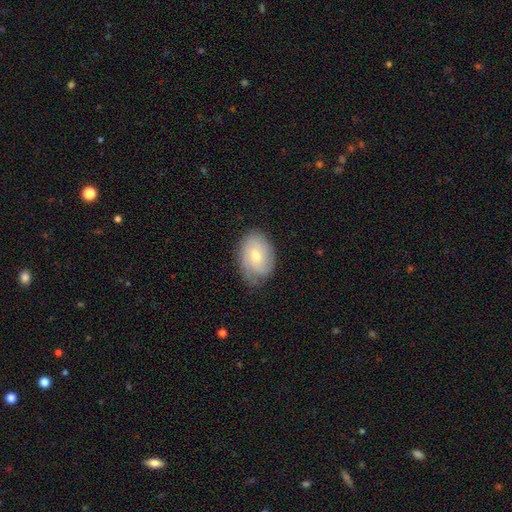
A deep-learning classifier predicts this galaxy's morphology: featured or disk 56%, smooth 36%, star or artifact 7%. Down the decision tree: edge-on disk — no (95%); bar — no (66%); spiral arms — yes (84%); bulge size — small (49%); merging — none (71%).